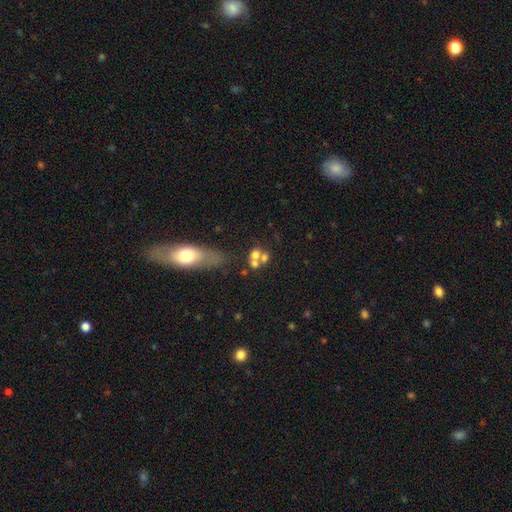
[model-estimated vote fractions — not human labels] smooth 60%, featured or disk 24%, star or artifact 16%. Down the decision tree: how rounded — round (69%); merging — merger (53%).